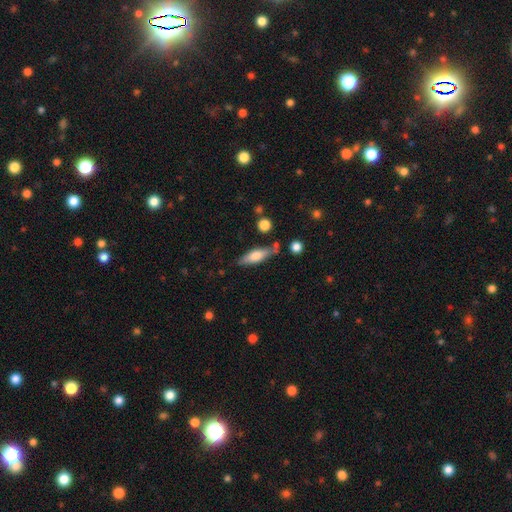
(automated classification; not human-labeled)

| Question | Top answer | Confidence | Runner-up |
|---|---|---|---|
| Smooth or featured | smooth | 64% | featured or disk (29%) |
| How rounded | cigar-shaped | 49% | in between (48%) |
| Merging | none | 71% | minor disturbance (17%) |